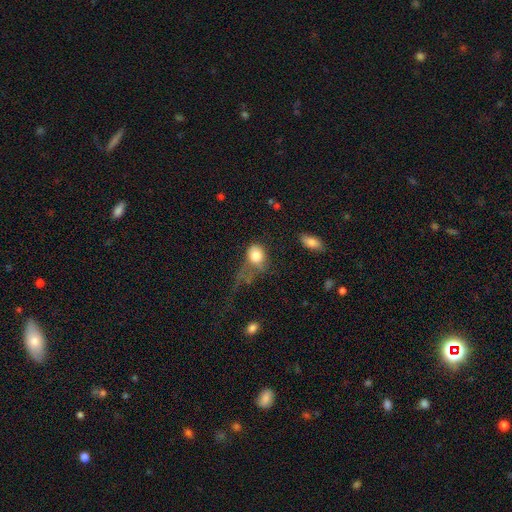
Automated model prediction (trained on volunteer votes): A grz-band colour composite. It shows a smooth galaxy with no disk features (78%) that is round (51%). Merging: major disturbance (46%).